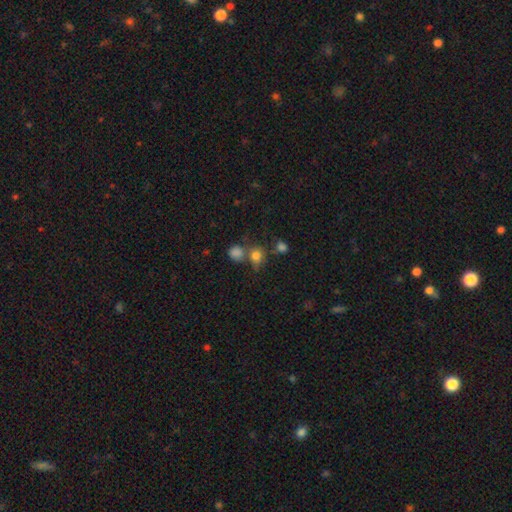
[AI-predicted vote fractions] Morphology: type=smooth (76%); roundness=round (77%); merging=none (54%).